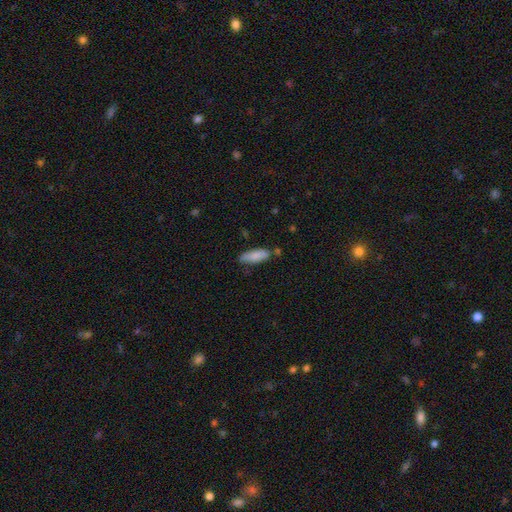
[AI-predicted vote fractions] Morphology: type=smooth (84%); roundness=in between (62%); merging=none (72%).